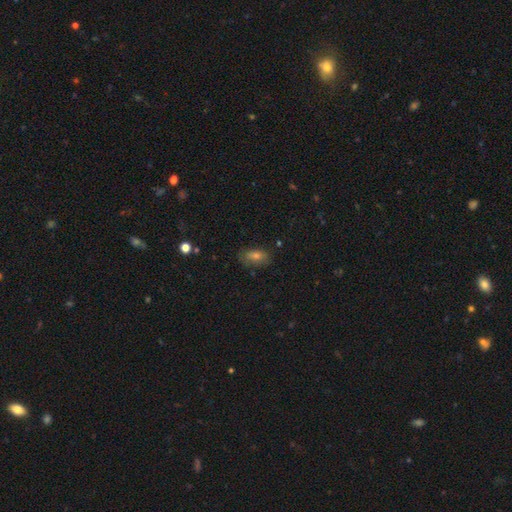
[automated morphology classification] smooth 61%, featured or disk 20%, star or artifact 19%. Down the decision tree: how rounded — in between (84%); merging — none (79%).